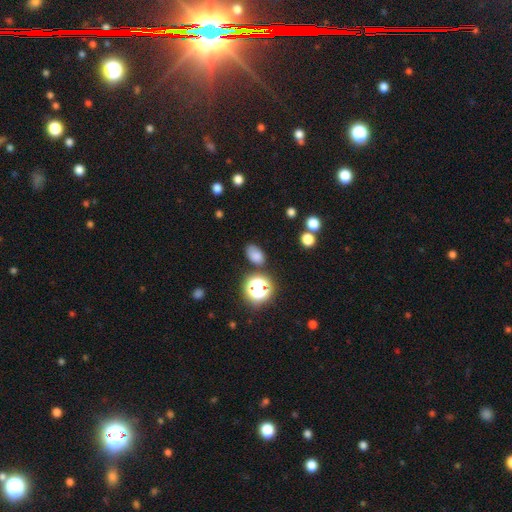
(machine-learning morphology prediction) smooth-or-featured: smooth: 75% | star or artifact: 18% | featured or disk: 7%
  how-rounded: in between: 82% | round: 17% | cigar-shaped: 2%
  merging: none: 78% | minor disturbance: 14% | major disturbance: 4% | merger: 4%